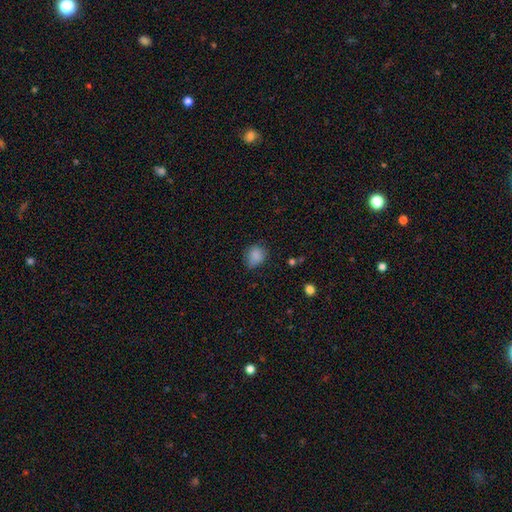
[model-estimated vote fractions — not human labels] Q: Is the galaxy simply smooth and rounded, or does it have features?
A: smooth — 85%.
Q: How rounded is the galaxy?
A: round — 62%.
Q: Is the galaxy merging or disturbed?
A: none — 64%.